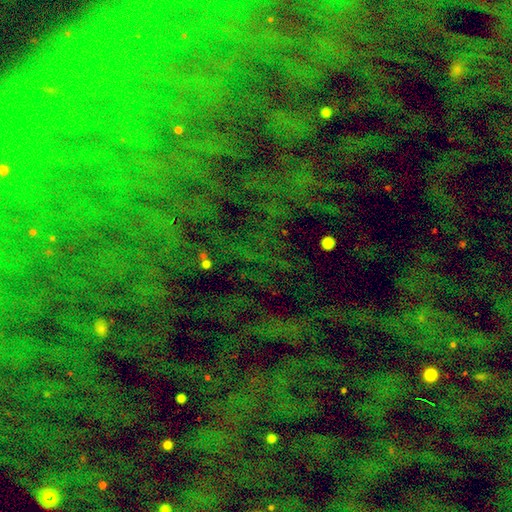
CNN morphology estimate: Smooth or featured: star or artifact — 80% (smooth — 11%)